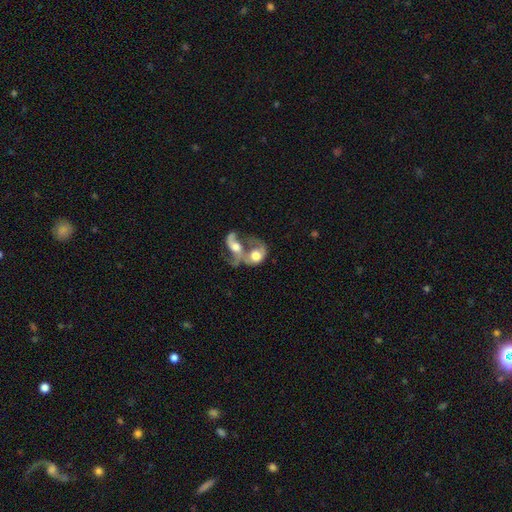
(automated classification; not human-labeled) Morphology: type=featured or disk (54%); edge-on=no (96%); bar=no (74%); spiral arms=yes (59%); bulge=moderate (42%); merging=merger (78%).